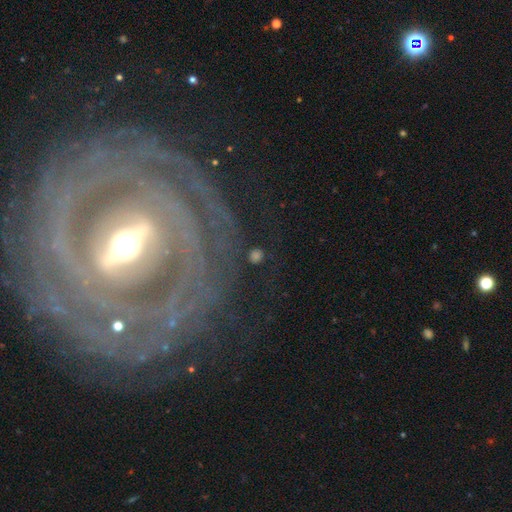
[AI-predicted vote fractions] featured or disk 45%, smooth 28%, star or artifact 27%. Down the decision tree: merging — none (78%).